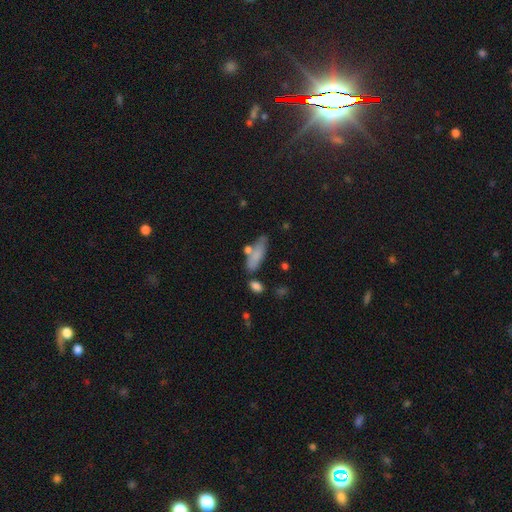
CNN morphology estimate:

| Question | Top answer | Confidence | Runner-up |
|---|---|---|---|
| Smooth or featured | smooth | 76% | featured or disk (16%) |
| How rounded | in between | 51% | cigar-shaped (47%) |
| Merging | none | 57% | minor disturbance (23%) |